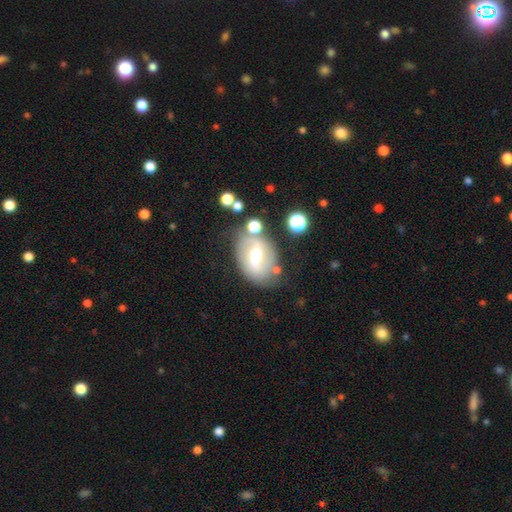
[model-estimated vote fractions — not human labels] smooth_or_featured: featured or disk (p=0.58) [alt: smooth p=0.33]
disk_edge_on: no (p=0.92) [alt: yes p=0.08]
bar: strong (p=0.47) [alt: weak p=0.40]
has_spiral_arms: yes (p=0.56) [alt: no p=0.44]
bulge_size: moderate (p=0.54) [alt: small p=0.26]
merging: none (p=0.61) [alt: minor disturbance p=0.20]